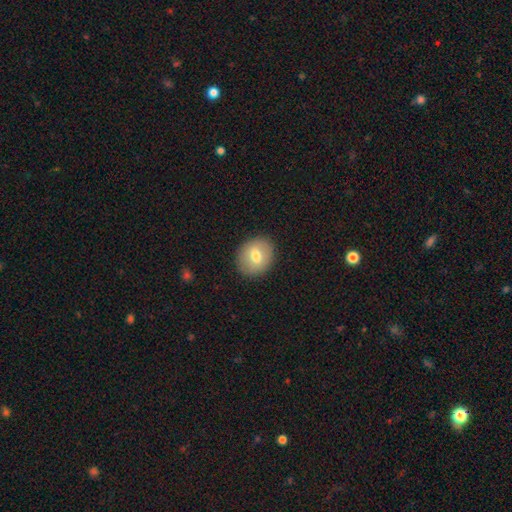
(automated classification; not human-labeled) smooth-or-featured: smooth: 69% | featured or disk: 23% | star or artifact: 8%
  how-rounded: round: 61% | in between: 38% | cigar-shaped: 1%
  merging: none: 88% | minor disturbance: 8% | major disturbance: 2% | merger: 1%